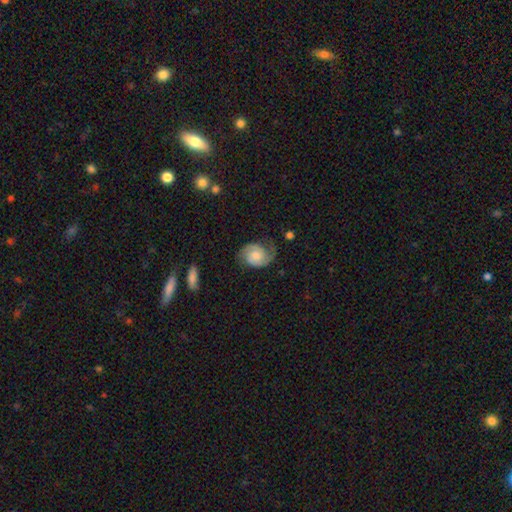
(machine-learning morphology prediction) type=featured or disk (70%); edge-on=no (98%); bar=no (67%); spiral arms=yes (95%); winding=medium (46%); arm count=2 (85%); bulge=moderate (33%); merging=none (61%).